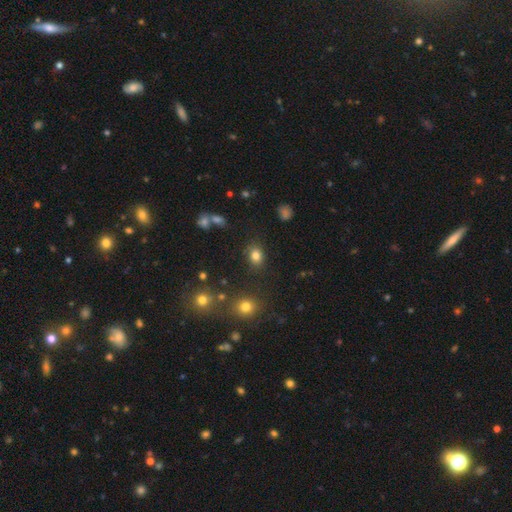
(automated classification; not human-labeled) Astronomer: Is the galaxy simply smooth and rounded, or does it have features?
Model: smooth — 81%.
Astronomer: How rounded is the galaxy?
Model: in between — 50% (runner-up: round, 49%).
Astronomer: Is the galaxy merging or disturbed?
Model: none — 83%.